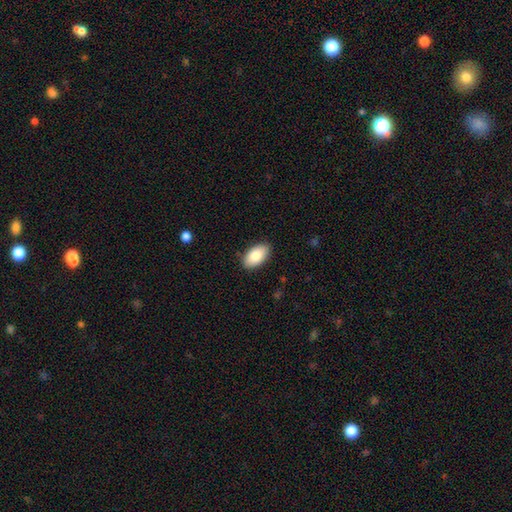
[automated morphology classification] A smooth galaxy with no disk features (85%) that is in between round and cigar-shaped (95%). Merging: none (88%).